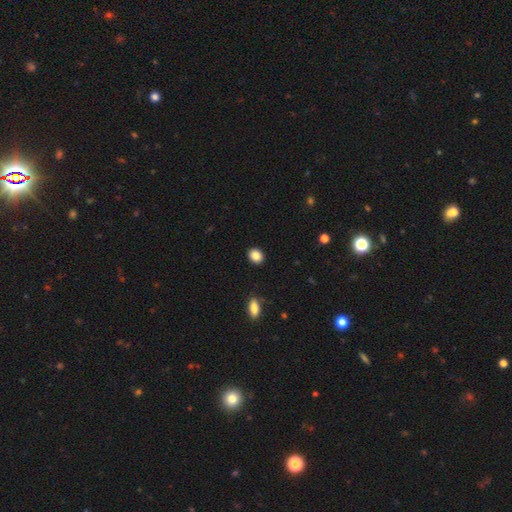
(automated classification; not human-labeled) Morphology: type=smooth (87%); roundness=round (58%); merging=none (91%).